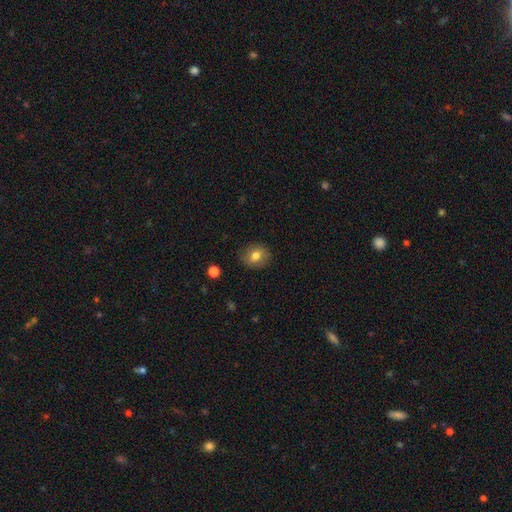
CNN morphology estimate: Overall: smooth (74%). How rounded: round (63%; in between 36%). Merging: none (83%).